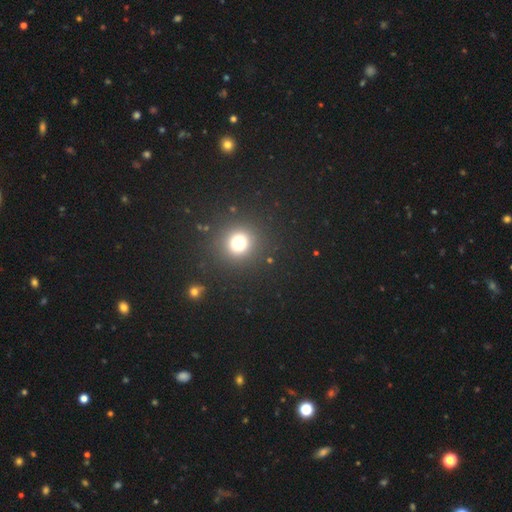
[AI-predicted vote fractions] Smooth or featured? Predicted: smooth (p=0.56). How rounded? Predicted: round (p=0.94). Merging? Predicted: none (p=0.92).